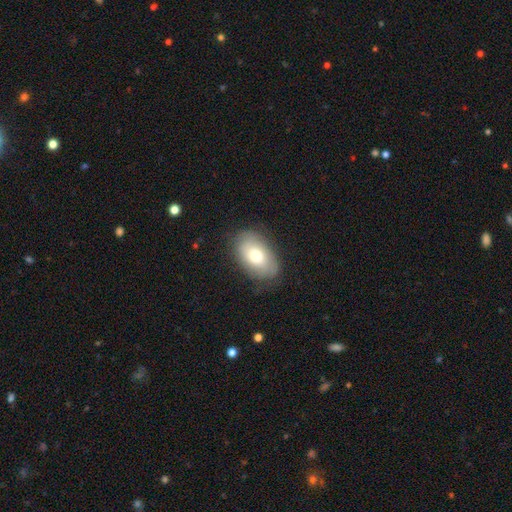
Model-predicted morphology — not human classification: A smooth galaxy with no disk features (72%) that is in between round and cigar-shaped (91%). Merging: none (79%).